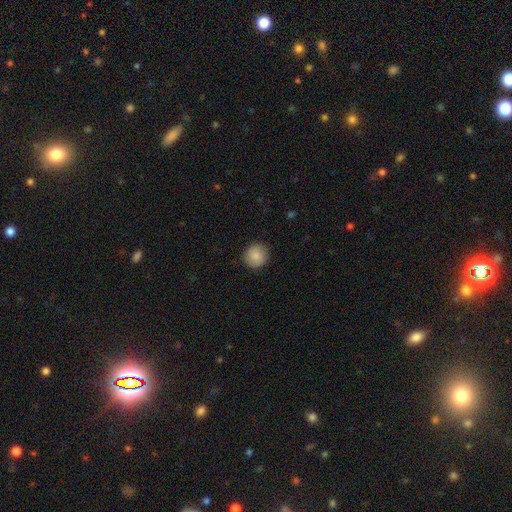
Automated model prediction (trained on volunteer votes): The model was most divided on "smooth or featured": smooth: 87%, star or artifact: 8%, featured or disk: 5%. More confident: how rounded — round (93%); merging — none (90%).